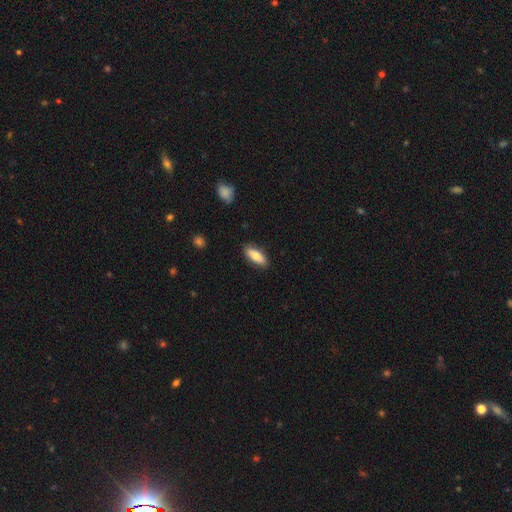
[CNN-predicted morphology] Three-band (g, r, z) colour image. It shows a smooth galaxy with no disk features (77%) that is in between round and cigar-shaped (75%). Merging: none (86%).